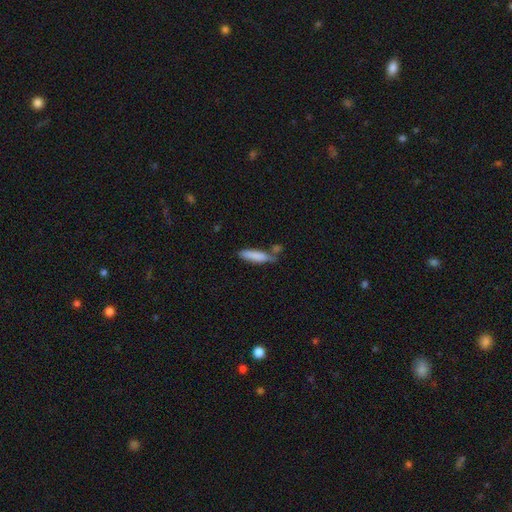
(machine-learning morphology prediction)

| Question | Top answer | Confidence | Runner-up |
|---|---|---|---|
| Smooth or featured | smooth | 83% | featured or disk (11%) |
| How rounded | cigar-shaped | 75% | in between (24%) |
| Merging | none | 56% | minor disturbance (22%) |